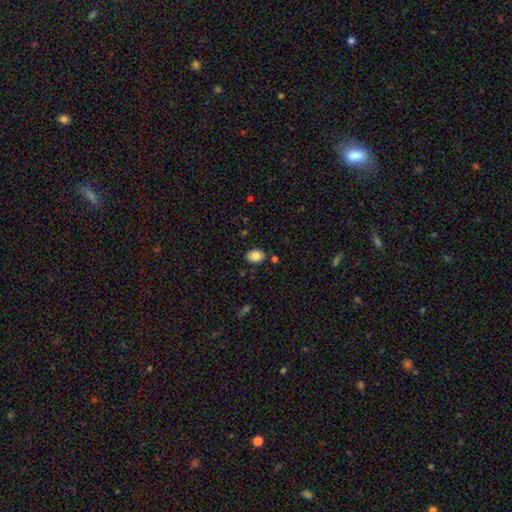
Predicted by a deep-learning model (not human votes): Overall: smooth (81%). How rounded: in between (77%). Merging: none (82%).